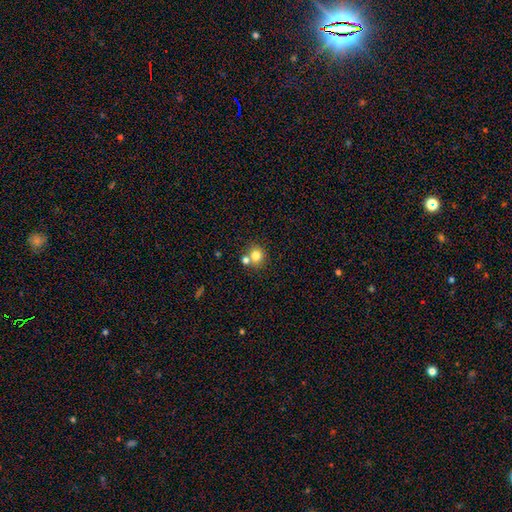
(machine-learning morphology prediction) This is likely a smooth galaxy (79%). How rounded: clearly round (86%). Merging: likely none (61%).